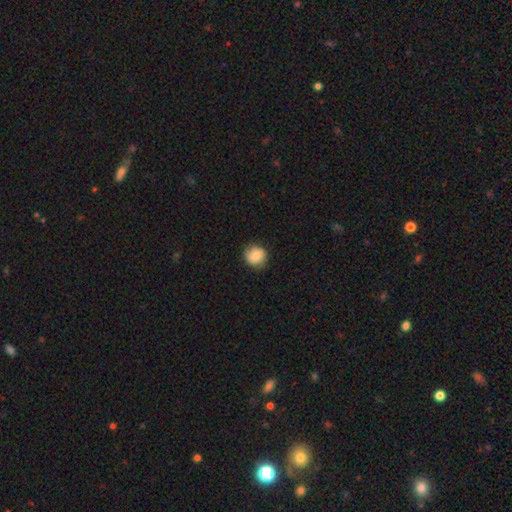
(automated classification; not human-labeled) smooth-or-featured: smooth: 75% | featured or disk: 17% | star or artifact: 8%
  how-rounded: round: 89% | in between: 10% | cigar-shaped: 1%
  merging: none: 80% | minor disturbance: 15% | major disturbance: 3% | merger: 1%